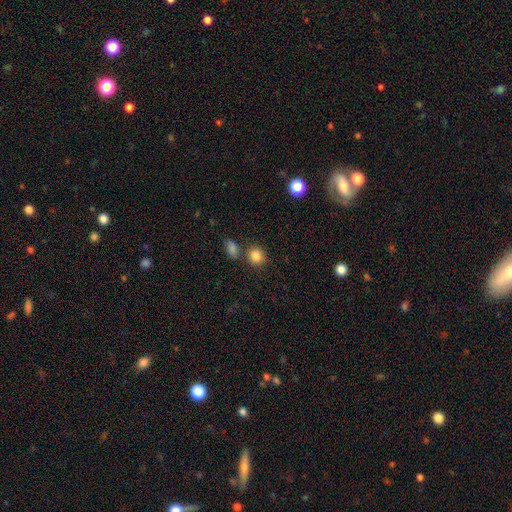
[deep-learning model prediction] This appears to be a smooth galaxy with no disk features (85%) that is round (76%). Merging: none (74%).